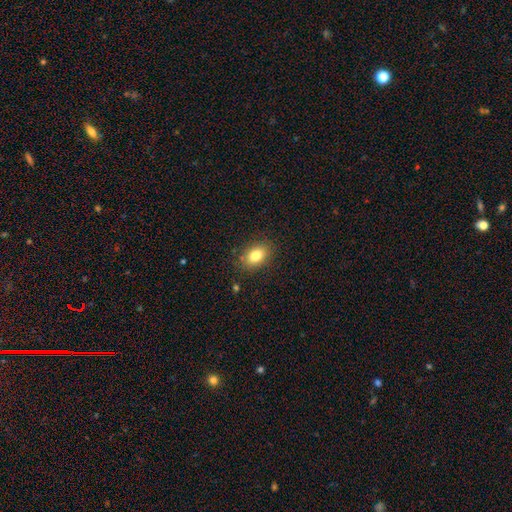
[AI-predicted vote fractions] Morphology: type=smooth (81%); roundness=in between (81%); merging=none (85%).